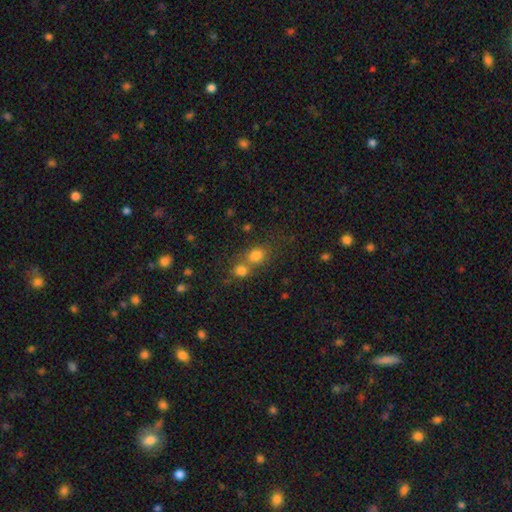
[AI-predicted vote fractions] Smooth or featured? smooth (78%)
How rounded? round (70%)
Merging? merger (49%)